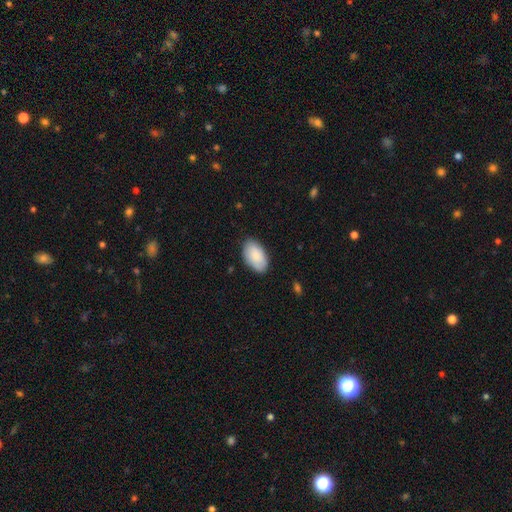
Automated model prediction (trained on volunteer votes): Morphology: type=smooth (85%); roundness=in between (95%); merging=none (81%).